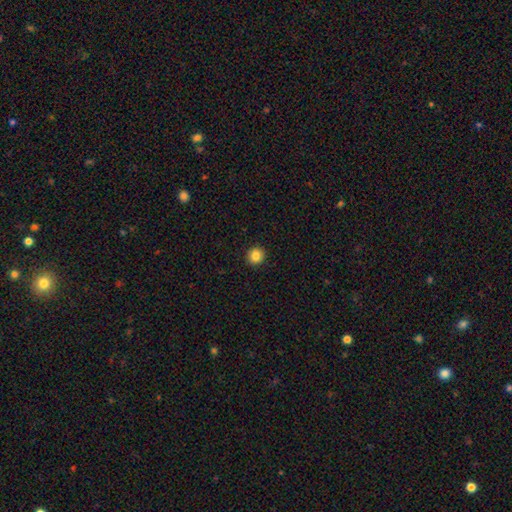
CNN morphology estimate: A smooth galaxy with no disk features (85%) that is round (93%). Merging: none (93%).